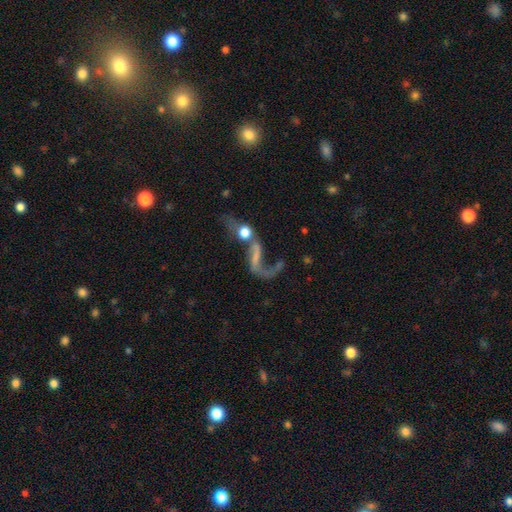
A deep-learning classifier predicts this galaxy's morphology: This is likely a featured or disk galaxy (62%). It is clearly not viewed edge-on (91%). Bar: possibly no (52%). Spiral arm pattern: likely yes (67%). Central bulge: possibly none (50%). Merging: marginally merger (35%).